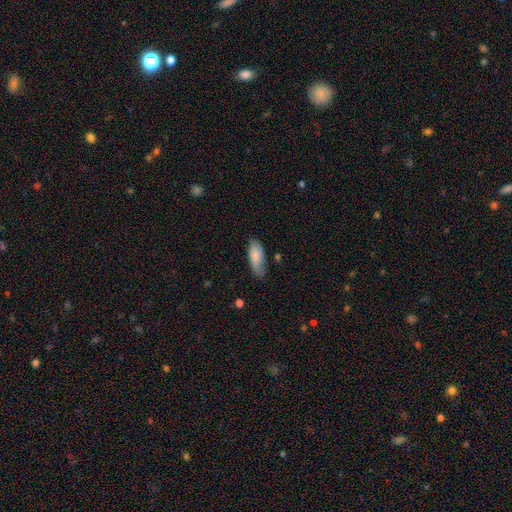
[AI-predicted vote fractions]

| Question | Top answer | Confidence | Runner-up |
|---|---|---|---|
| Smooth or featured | smooth | 78% | featured or disk (16%) |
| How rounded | in between | 81% | cigar-shaped (17%) |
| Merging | none | 67% | minor disturbance (26%) |